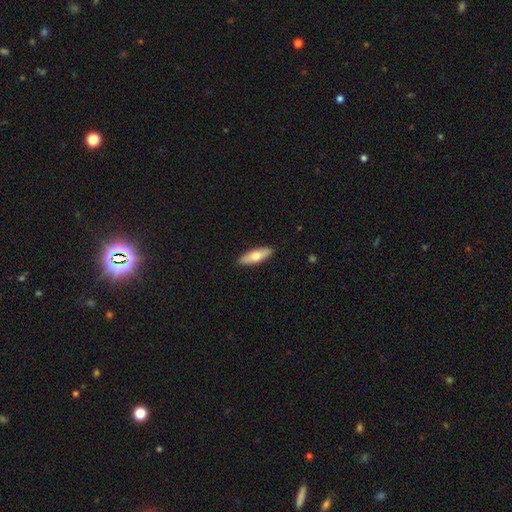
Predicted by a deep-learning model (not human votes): smooth_or_featured: smooth (p=0.67) [alt: featured or disk p=0.27]
how_rounded: in between (p=0.54) [alt: cigar-shaped p=0.44]
merging: none (p=0.90) [alt: minor disturbance p=0.08]